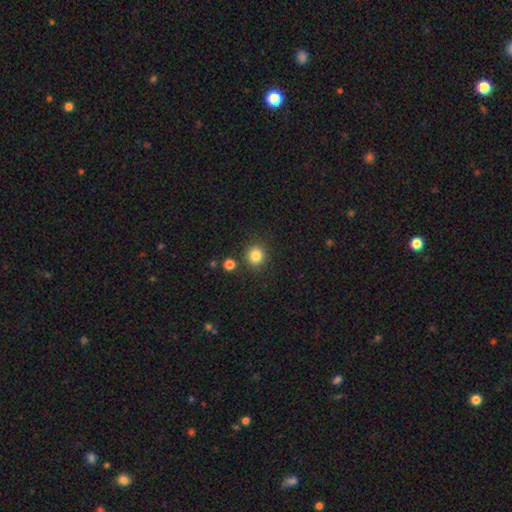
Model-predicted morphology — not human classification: Q: Smooth or featured?
A: smooth (84%); runner-up: star or artifact (12%)
Q: How rounded?
A: round (91%); runner-up: in between (8%)
Q: Merging?
A: none (87%); runner-up: minor disturbance (7%)